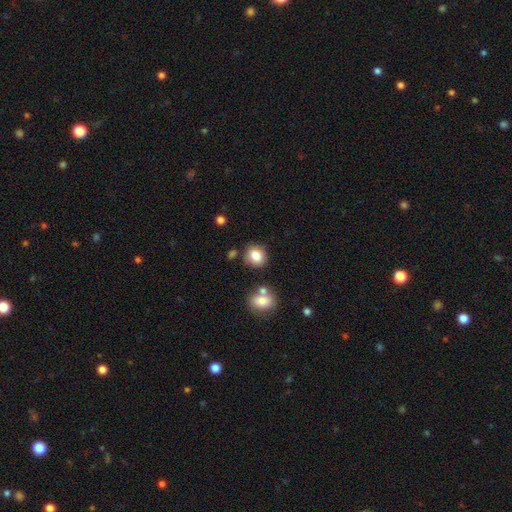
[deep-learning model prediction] Smooth or featured? smooth (83%)
How rounded? round (79%)
Merging? none (77%)